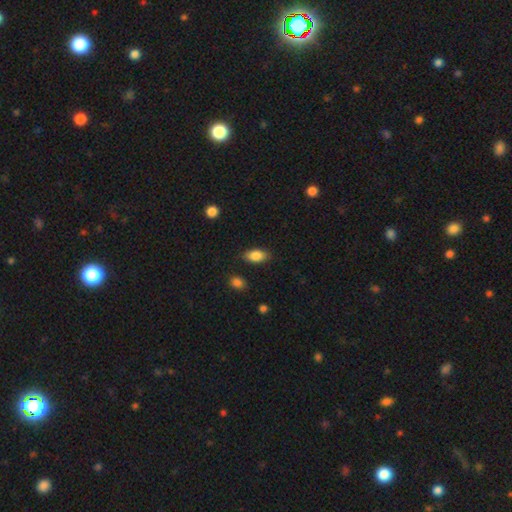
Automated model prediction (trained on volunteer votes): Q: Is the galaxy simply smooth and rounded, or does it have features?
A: smooth — 85%.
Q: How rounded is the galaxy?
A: in between — 89%.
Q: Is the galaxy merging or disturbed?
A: none — 84%.